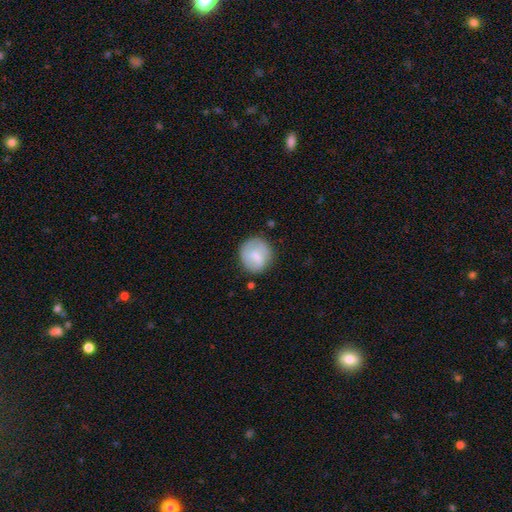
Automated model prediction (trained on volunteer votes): smooth-or-featured: smooth: 68% | featured or disk: 25% | star or artifact: 7%
  how-rounded: round: 81% | in between: 18% | cigar-shaped: 1%
  merging: none: 70% | minor disturbance: 20% | major disturbance: 8% | merger: 3%